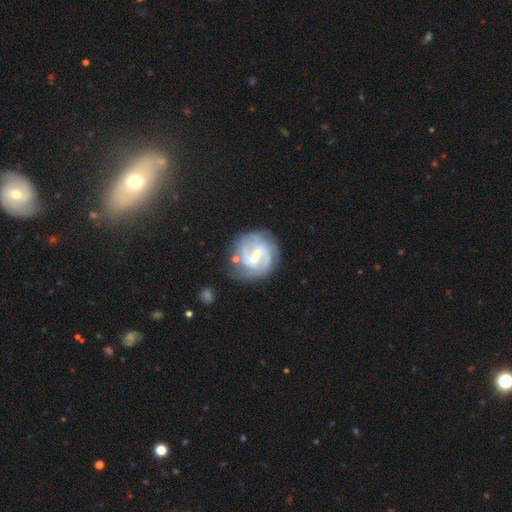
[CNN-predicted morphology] Overall: featured or disk (84%). Edge-on disk: no (98%). Bar: weak (51%; no 30%). Spiral arms: yes (95%). Spiral arm count: 2 (55%; 3 19%). Spiral winding: tight (44%, tied with medium). Bulge size: small (65%; moderate 32%). Merging: none (71%).